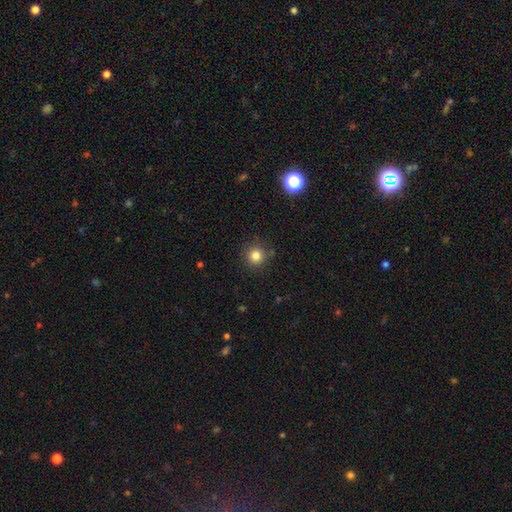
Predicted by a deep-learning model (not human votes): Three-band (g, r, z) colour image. It shows a smooth galaxy with no disk features (82%) that is round (94%). Merging: none (86%).